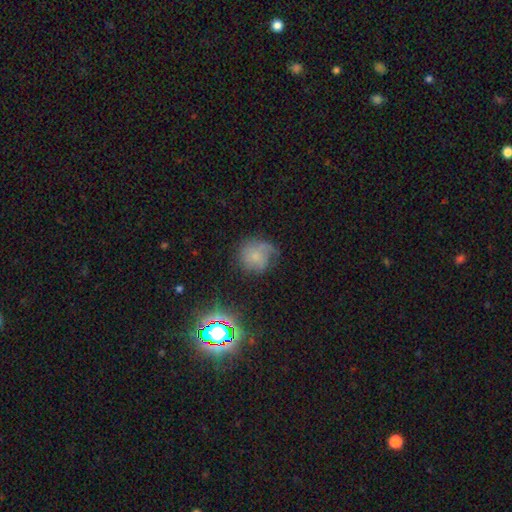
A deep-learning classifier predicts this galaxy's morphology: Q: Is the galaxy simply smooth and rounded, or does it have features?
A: smooth — 56%.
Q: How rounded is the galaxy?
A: round — 82%.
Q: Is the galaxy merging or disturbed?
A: none — 48%.